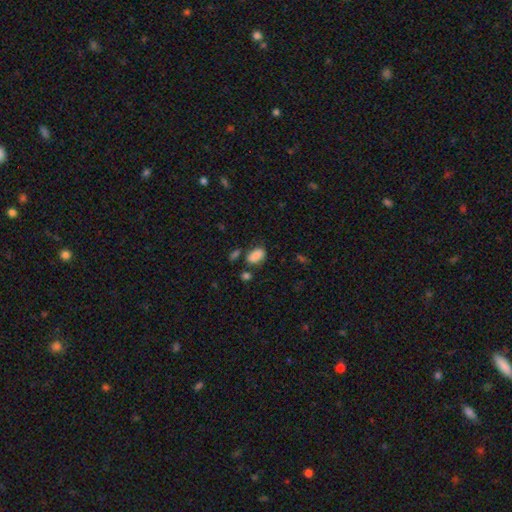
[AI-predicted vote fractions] smooth-or-featured: smooth: 85% | star or artifact: 9% | featured or disk: 6%
  how-rounded: in between: 89% | round: 8% | cigar-shaped: 2%
  merging: none: 64% | minor disturbance: 20% | merger: 10% | major disturbance: 6%